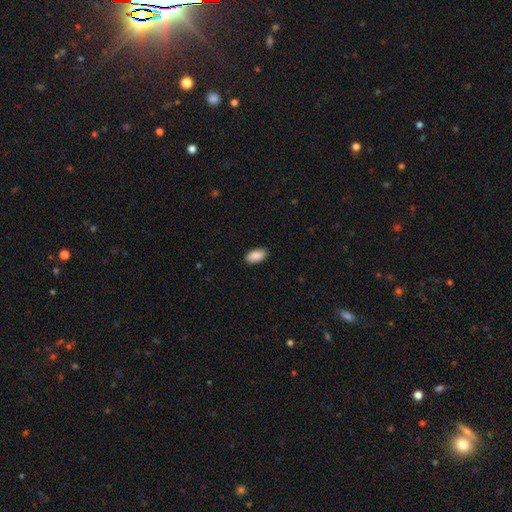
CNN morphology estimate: smooth_or_featured: smooth (p=0.90) [alt: star or artifact p=0.06]
how_rounded: in between (p=0.94) [alt: cigar-shaped p=0.04]
merging: none (p=0.87) [alt: minor disturbance p=0.10]